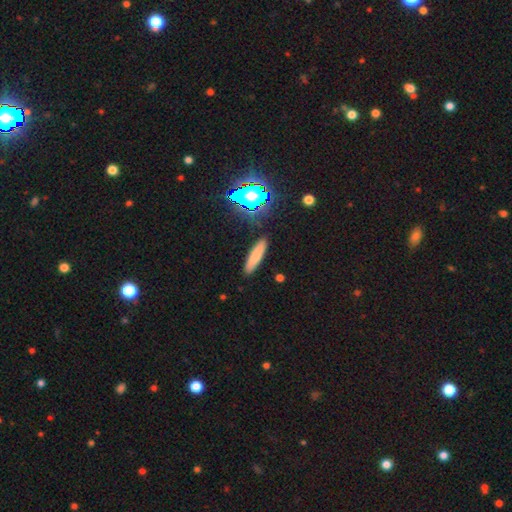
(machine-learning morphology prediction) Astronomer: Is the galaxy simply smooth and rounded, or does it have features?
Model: smooth — 76%.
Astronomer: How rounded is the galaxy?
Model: cigar-shaped — 79%.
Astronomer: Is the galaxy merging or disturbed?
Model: none — 88%.